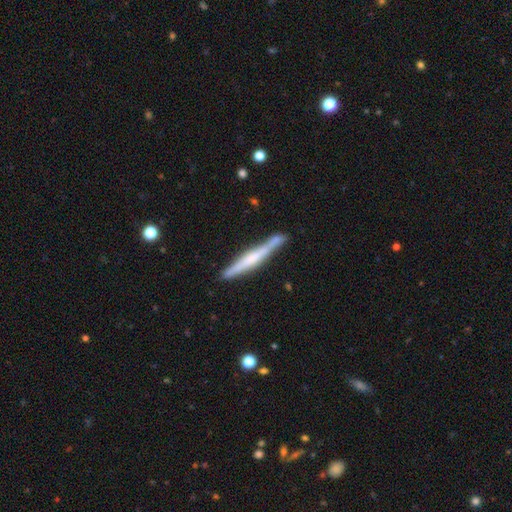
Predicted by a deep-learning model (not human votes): Smooth or featured? Predicted: featured or disk (p=0.61). Edge-on disk? Predicted: yes (p=0.96). Edge-on bulge? Predicted: rounded (p=0.37). Merging? Predicted: none (p=0.80).